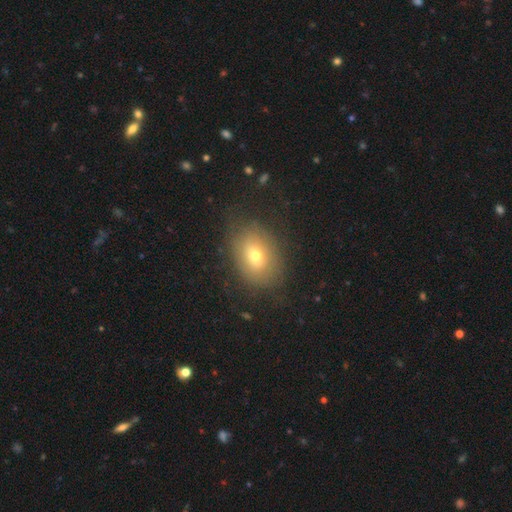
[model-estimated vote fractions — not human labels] A smooth galaxy with no disk features (65%) that is in between round and cigar-shaped (71%). Merging: none (76%).